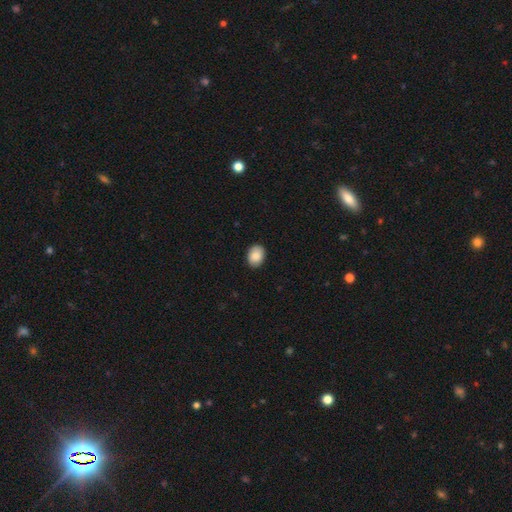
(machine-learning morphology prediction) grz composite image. It shows a smooth galaxy with no disk features (89%) that is in between round and cigar-shaped (68%). Merging: none (89%).